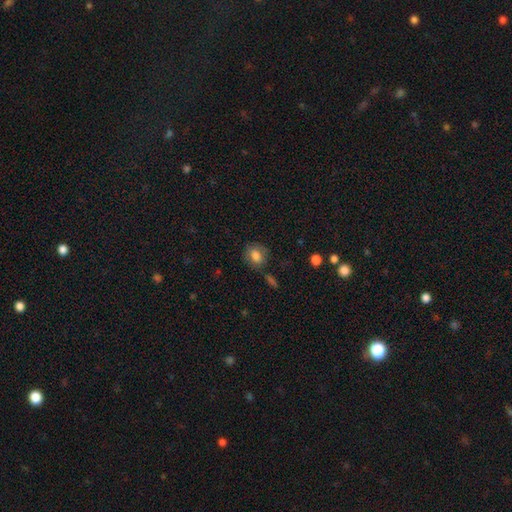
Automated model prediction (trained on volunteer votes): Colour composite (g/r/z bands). It shows a smooth galaxy with no disk features (77%) that is round (56%). Merging: none (74%).